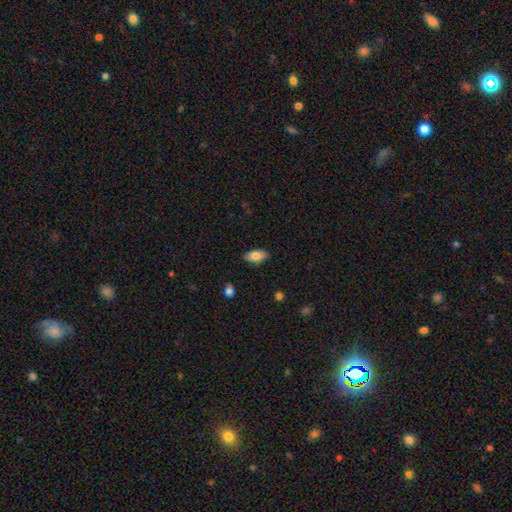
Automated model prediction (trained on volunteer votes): Morphology: type=smooth (79%); roundness=in between (91%); merging=none (83%).